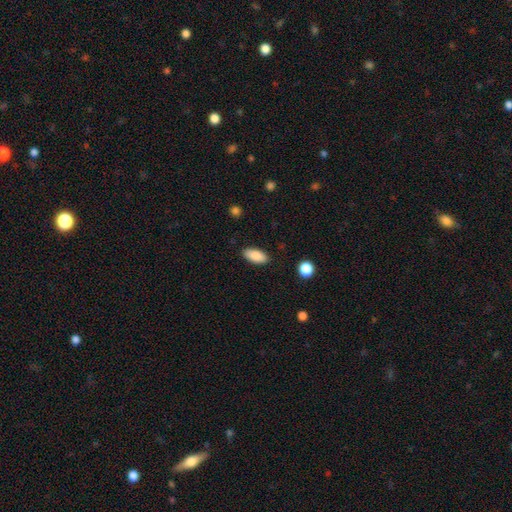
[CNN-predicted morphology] Smooth or featured?
  - smooth: 87% *
  - star or artifact: 7%
  - featured or disk: 6%
How rounded?
  - in between: 91% *
  - cigar-shaped: 7%
  - round: 2%
Merging?
  - none: 87% *
  - minor disturbance: 9%
  - major disturbance: 2%
  - merger: 1%